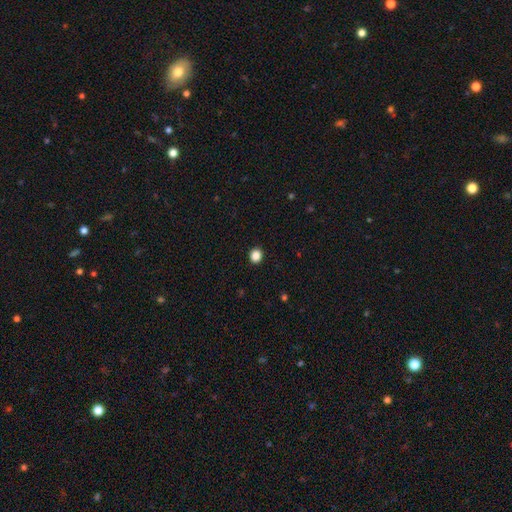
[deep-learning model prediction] This is clearly a smooth galaxy (87%). How rounded: likely round (76%). Merging: clearly none (92%).